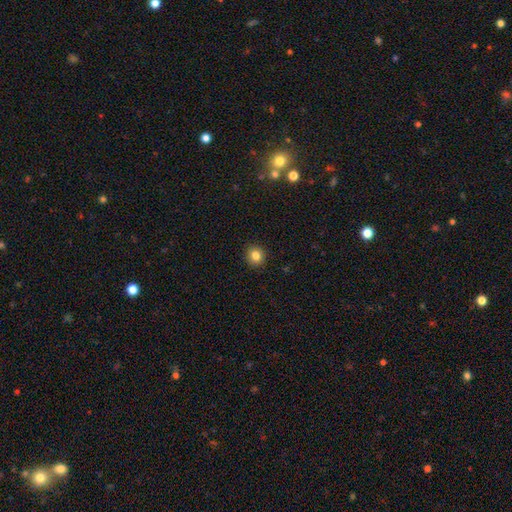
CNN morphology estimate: smooth_or_featured: smooth (p=0.83) [alt: star or artifact p=0.11]
how_rounded: round (p=0.90) [alt: in between p=0.10]
merging: none (p=0.92) [alt: minor disturbance p=0.05]